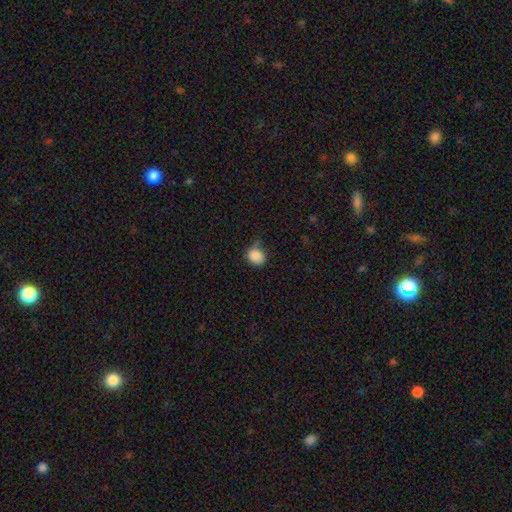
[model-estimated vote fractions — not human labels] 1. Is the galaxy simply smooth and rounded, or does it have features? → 87% smooth, 9% star or artifact, 4% featured or disk.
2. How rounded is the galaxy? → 69% round, 30% in between, 1% cigar-shaped.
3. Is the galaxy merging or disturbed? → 61% none, 29% minor disturbance, 7% major disturbance, 3% merger.